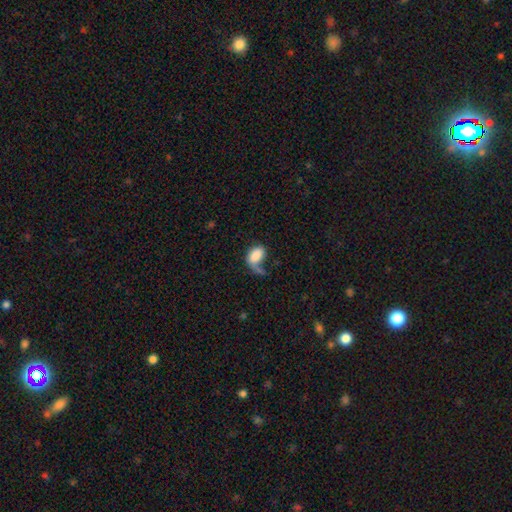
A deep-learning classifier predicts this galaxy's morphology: A smooth galaxy with no disk features (78%) that is in between round and cigar-shaped (87%).

Vote fractions:
- Smooth or featured? smooth: 78% / featured or disk: 14% / star or artifact: 8%
- How rounded? in between: 87% / round: 11% / cigar-shaped: 2%
- Merging? major disturbance: 34% / none: 32% / minor disturbance: 19% / merger: 14%